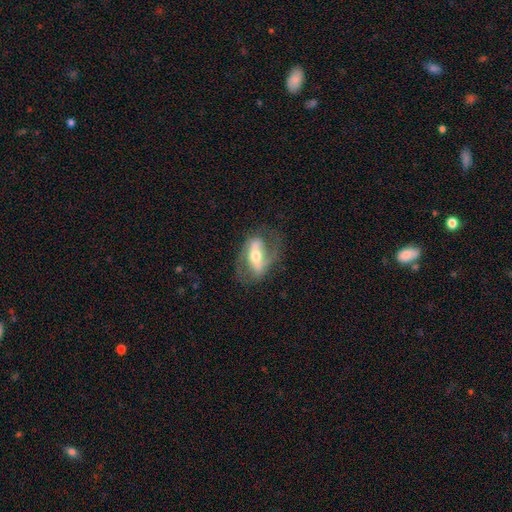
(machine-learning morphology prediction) The model was most divided on "bar": strong: 55%, weak: 26%, no: 19%. More confident: edge-on disk — no (88%); spiral arms — yes (75%); smooth or featured — featured or disk (73%); bulge size — moderate (66%); merging — none (65%).